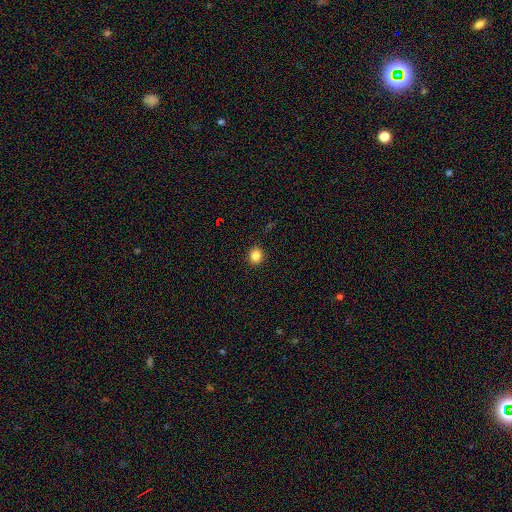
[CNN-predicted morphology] A smooth galaxy with no disk features (85%) that is round (87%).

Vote fractions:
- Smooth or featured? smooth: 85% / star or artifact: 11% / featured or disk: 4%
- How rounded? round: 87% / in between: 12% / cigar-shaped: 1%
- Merging? none: 91% / minor disturbance: 6% / major disturbance: 2% / merger: 1%